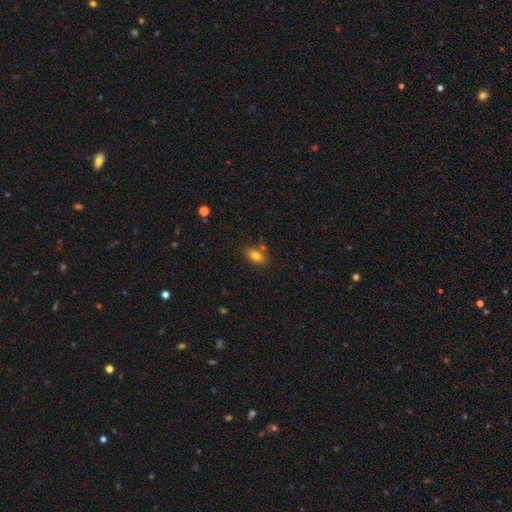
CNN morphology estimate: Smooth or featured? smooth (79%)
How rounded? in between (84%)
Merging? none (72%)